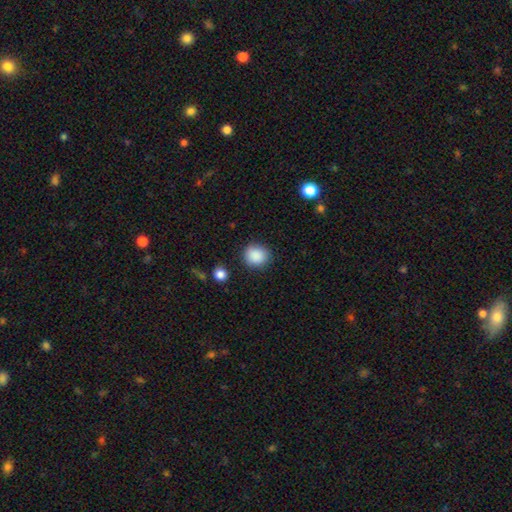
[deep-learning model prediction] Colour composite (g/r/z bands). It shows a smooth galaxy with no disk features (88%) that is round (82%). Merging: none (85%).